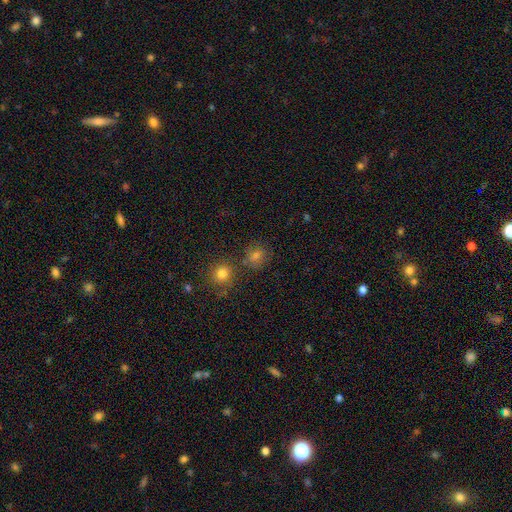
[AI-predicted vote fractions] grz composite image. It shows a smooth galaxy with no disk features (66%) that is round (76%). Merging: none (74%).